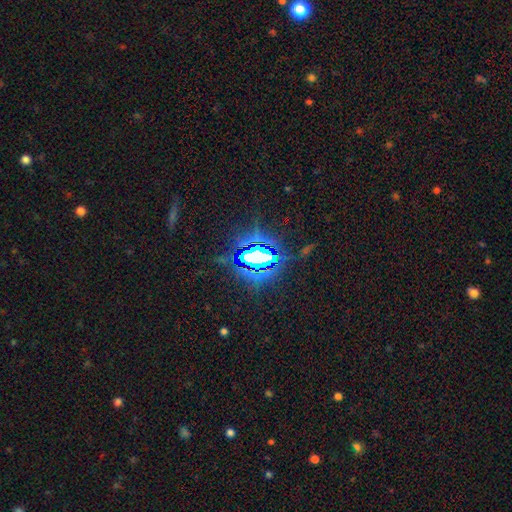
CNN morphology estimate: star or artifact 78%, smooth 11%, featured or disk 11%.